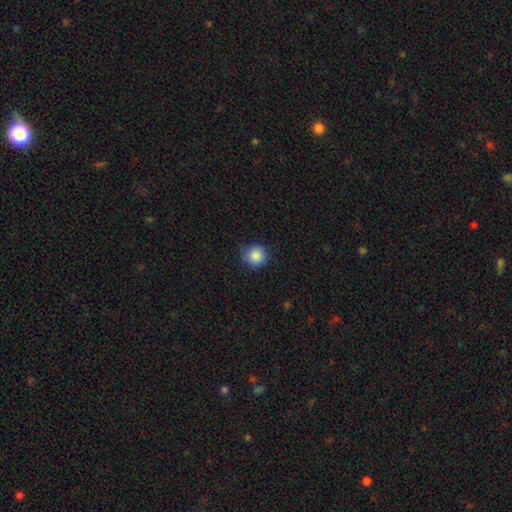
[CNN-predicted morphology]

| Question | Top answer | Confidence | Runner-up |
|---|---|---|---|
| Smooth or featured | smooth | 87% | star or artifact (9%) |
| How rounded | round | 93% | in between (6%) |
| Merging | none | 77% | minor disturbance (18%) |